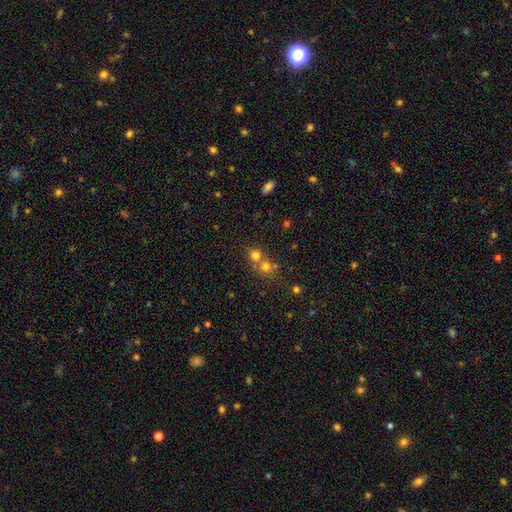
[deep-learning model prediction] Smooth or featured? smooth (73%)
How rounded? round (86%)
Merging? merger (49%)